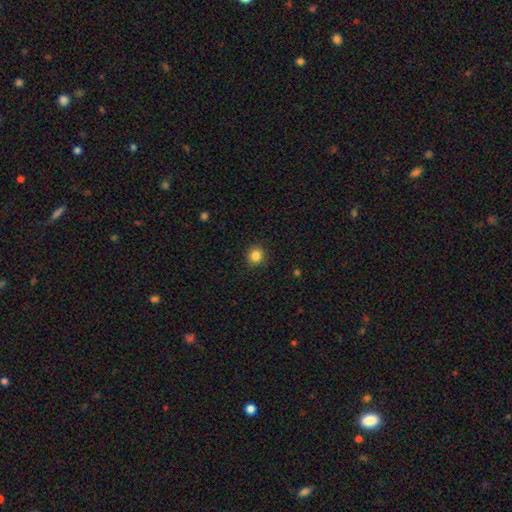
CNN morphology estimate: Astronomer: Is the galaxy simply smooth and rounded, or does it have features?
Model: smooth — 85%.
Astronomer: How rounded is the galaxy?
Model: round — 90%.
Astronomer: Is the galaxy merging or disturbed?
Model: none — 91%.